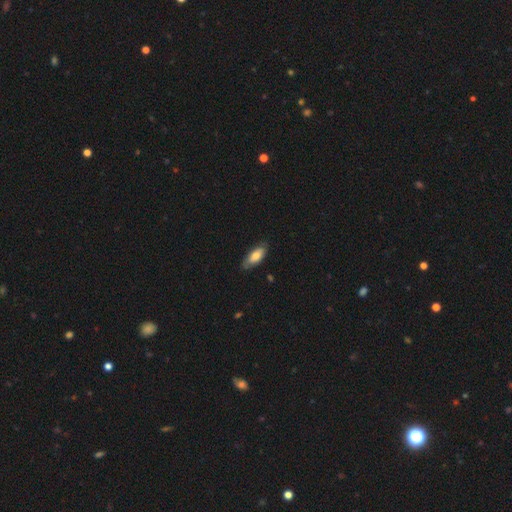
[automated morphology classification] Overall: smooth (70%). How rounded: in between (84%). Merging: none (77%).